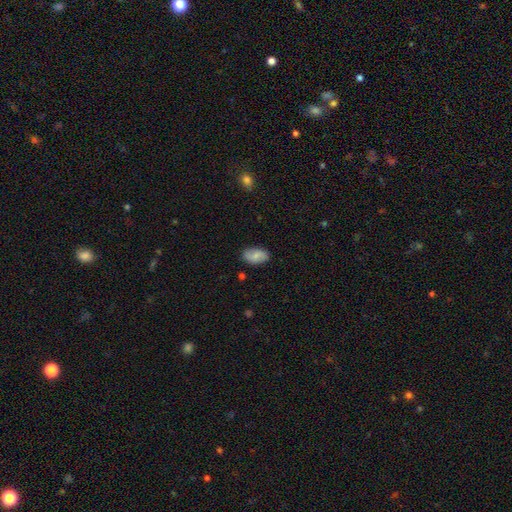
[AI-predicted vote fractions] Overall: smooth (77%). How rounded: in between (93%). Merging: none (81%).